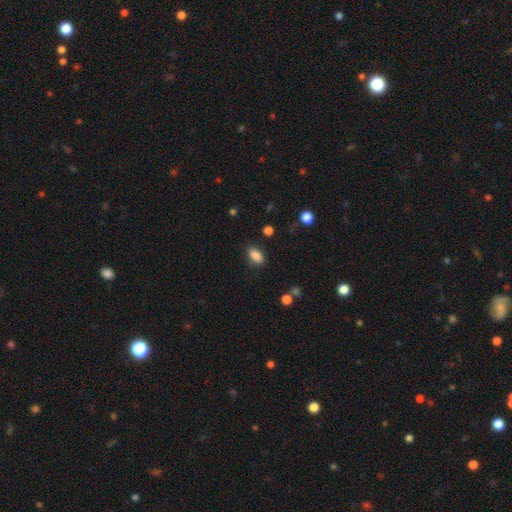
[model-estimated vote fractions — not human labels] The model was most divided on "merging": none: 83%, minor disturbance: 12%, major disturbance: 3%, merger: 2%. More confident: how rounded — in between (87%); smooth or featured — smooth (87%).